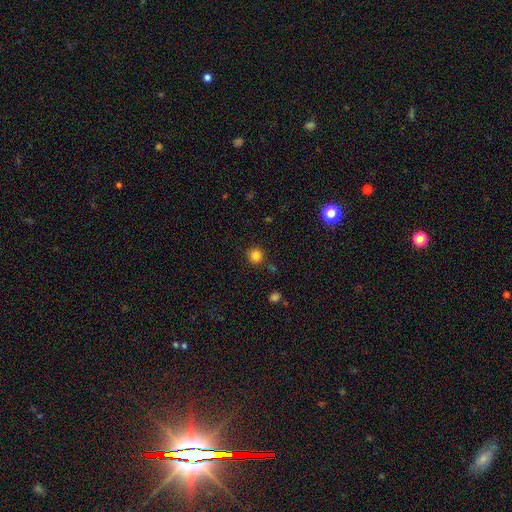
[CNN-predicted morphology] This is clearly a smooth galaxy (83%). How rounded: clearly round (94%). Merging: clearly none (87%).